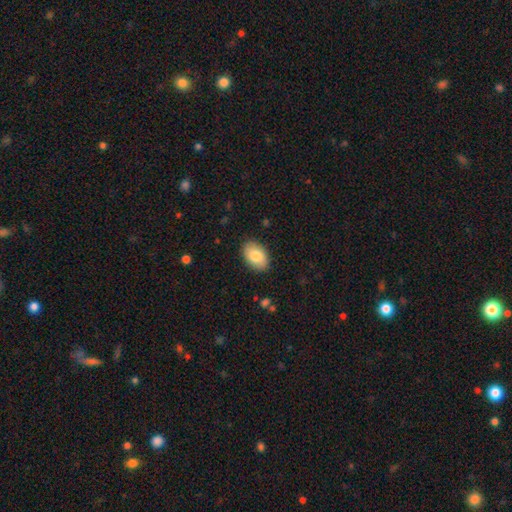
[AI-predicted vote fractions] Smooth or featured?
  - smooth: 82% *
  - featured or disk: 12%
  - star or artifact: 6%
How rounded?
  - in between: 89% *
  - round: 10%
  - cigar-shaped: 1%
Merging?
  - none: 88% *
  - minor disturbance: 9%
  - major disturbance: 2%
  - merger: 1%